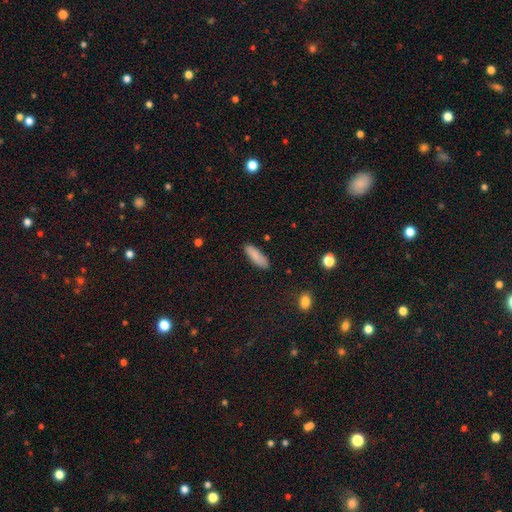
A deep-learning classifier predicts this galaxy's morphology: The model was most divided on "how rounded": in between: 57%, cigar-shaped: 42%, round: 2%. More confident: smooth or featured — smooth (85%); merging — none (83%).